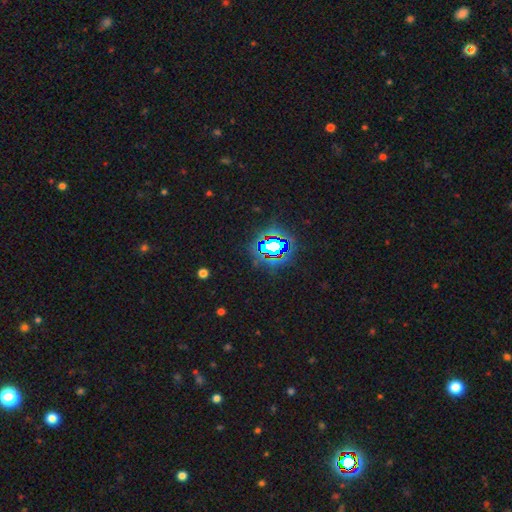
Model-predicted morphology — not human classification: smooth_or_featured: star or artifact (p=0.73) [alt: smooth p=0.17]